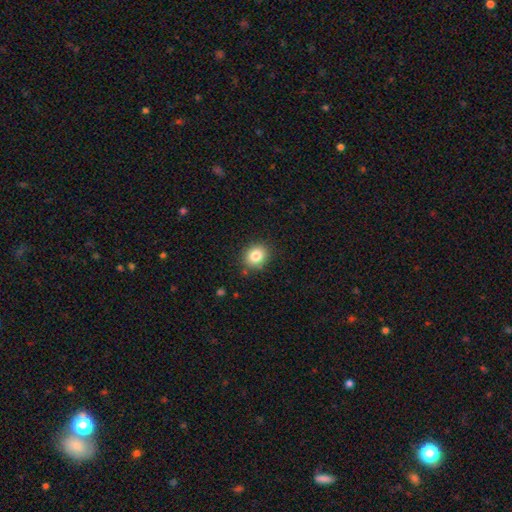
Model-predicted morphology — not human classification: This is clearly a smooth galaxy (83%). How rounded: likely round (70%). Merging: clearly none (87%).